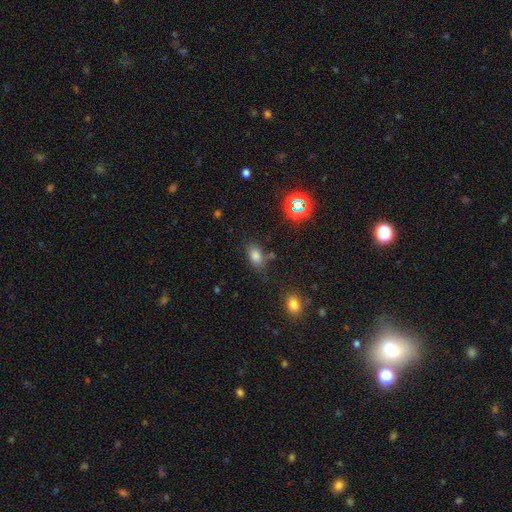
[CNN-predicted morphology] Smooth or featured? smooth (76%)
How rounded? in between (87%)
Merging? none (73%)